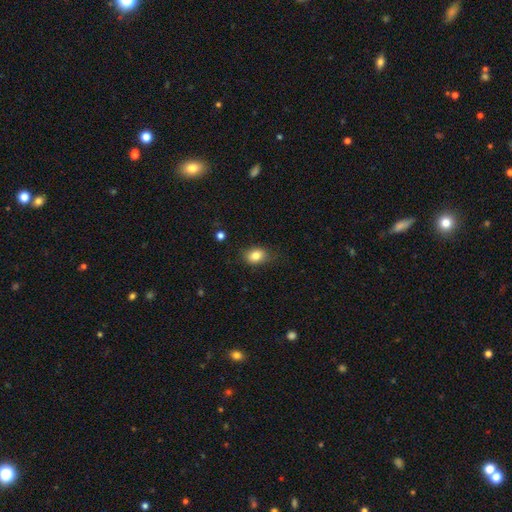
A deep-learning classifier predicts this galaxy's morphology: A smooth galaxy with no disk features (83%) that is in between round and cigar-shaped (70%). Merging: none (74%).